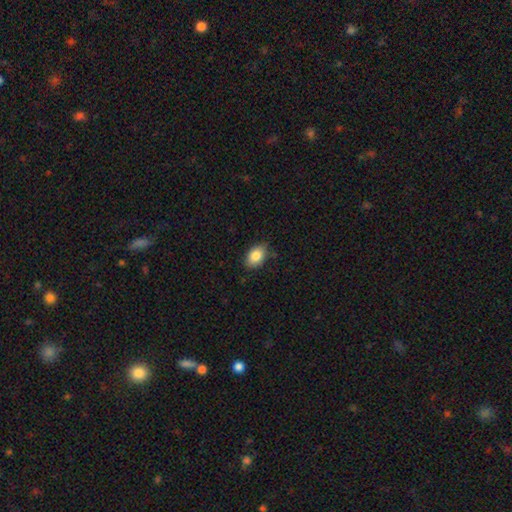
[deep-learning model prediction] The model was most divided on "merging": none: 79%, minor disturbance: 17%, major disturbance: 3%, merger: 1%. More confident: smooth or featured — smooth (85%); how rounded — in between (85%).